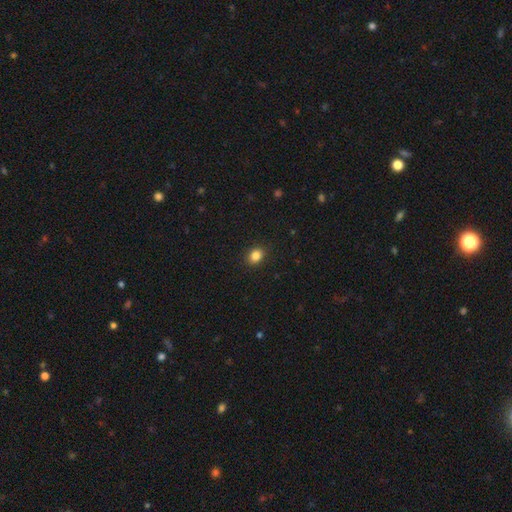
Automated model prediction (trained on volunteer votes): Smooth or featured? smooth (85%)
How rounded? in between (51%)
Merging? none (90%)